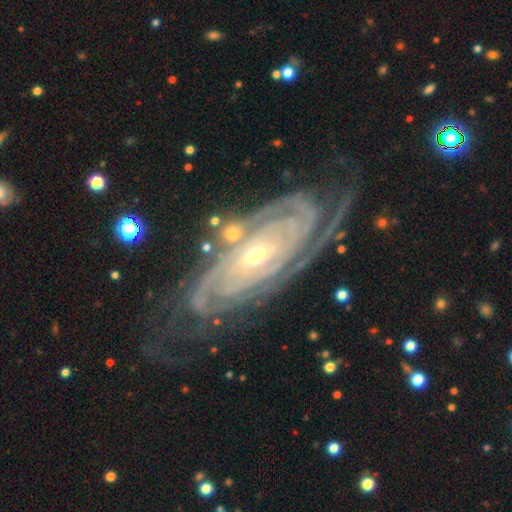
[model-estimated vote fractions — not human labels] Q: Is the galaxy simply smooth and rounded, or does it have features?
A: featured or disk — 91%.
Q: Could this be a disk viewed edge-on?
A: no — 94%.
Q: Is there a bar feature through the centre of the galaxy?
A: no — 61%.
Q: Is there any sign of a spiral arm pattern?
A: yes — 98%.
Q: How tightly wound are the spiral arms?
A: tight — 84%.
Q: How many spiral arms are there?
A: can't tell — 22%.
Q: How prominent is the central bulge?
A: small — 61%.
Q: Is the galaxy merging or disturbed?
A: none — 72%.